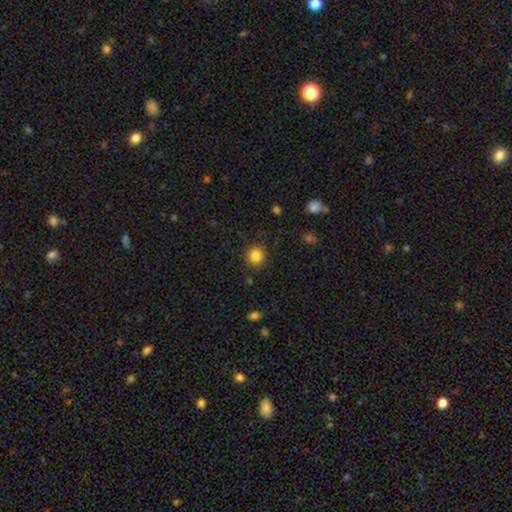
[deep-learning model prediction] A smooth galaxy with no disk features (85%) that is round (86%). Merging: none (88%).